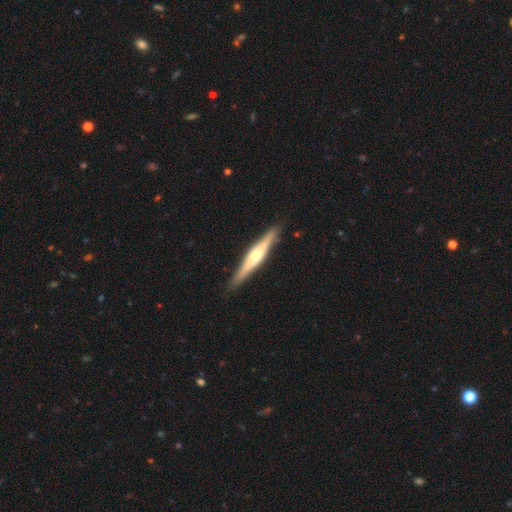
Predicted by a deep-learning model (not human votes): featured or disk 69%, smooth 26%, star or artifact 5%. Down the decision tree: edge-on disk — yes (97%); edge-on bulge — rounded (83%); merging — none (89%).